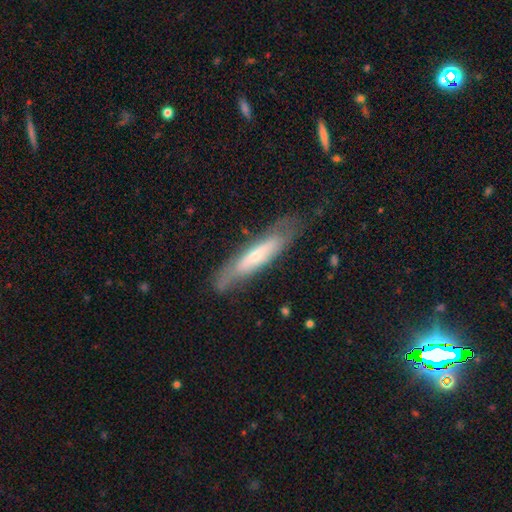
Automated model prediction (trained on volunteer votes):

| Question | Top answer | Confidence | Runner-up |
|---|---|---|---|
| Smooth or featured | featured or disk | 54% | smooth (40%) |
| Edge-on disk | yes | 63% | no (37%) |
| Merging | none | 72% | minor disturbance (19%) |